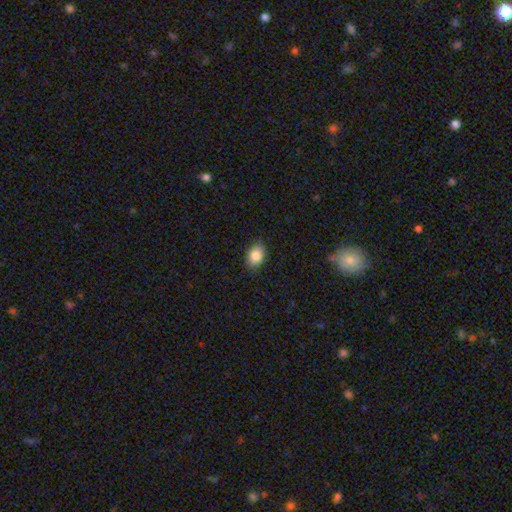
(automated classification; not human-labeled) Smooth or featured?
  - smooth: 86% *
  - star or artifact: 8%
  - featured or disk: 6%
How rounded?
  - in between: 80% *
  - round: 19%
  - cigar-shaped: 1%
Merging?
  - none: 87% *
  - minor disturbance: 10%
  - major disturbance: 2%
  - merger: 1%